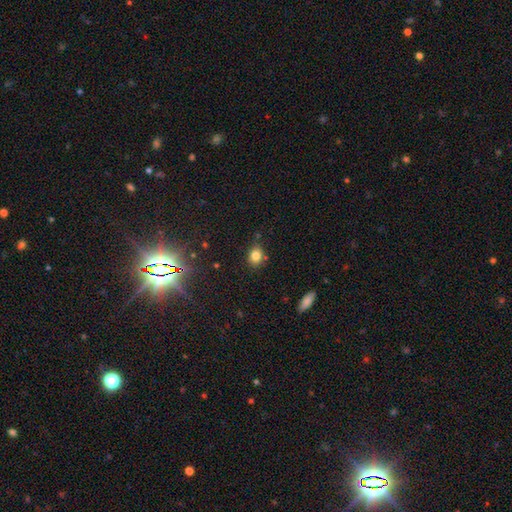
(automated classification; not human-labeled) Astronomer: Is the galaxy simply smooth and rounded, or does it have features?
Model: smooth — 80%.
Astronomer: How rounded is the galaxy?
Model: round — 55% (runner-up: in between, 44%).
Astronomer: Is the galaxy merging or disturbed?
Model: none — 80%.